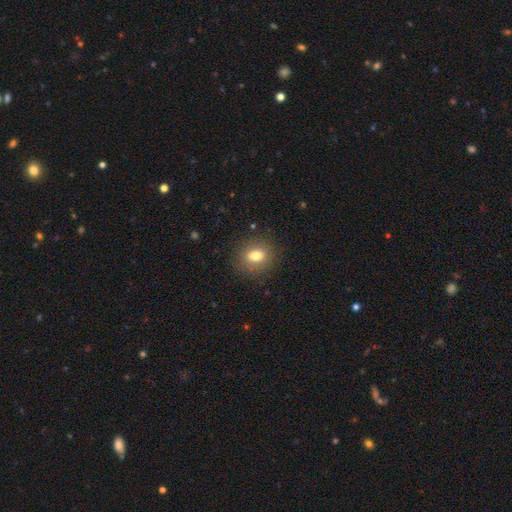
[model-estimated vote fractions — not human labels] Smooth or featured? Predicted: smooth (p=0.78). How rounded? Predicted: round (p=0.63). Merging? Predicted: none (p=0.86).